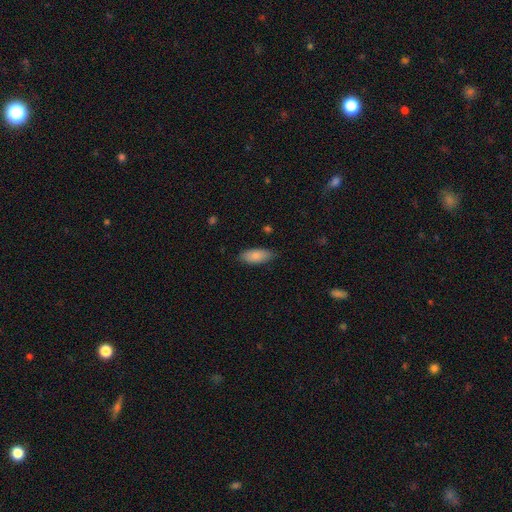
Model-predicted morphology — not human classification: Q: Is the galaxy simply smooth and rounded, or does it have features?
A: smooth — 85%.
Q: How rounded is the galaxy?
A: in between — 85%.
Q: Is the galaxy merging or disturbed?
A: none — 83%.